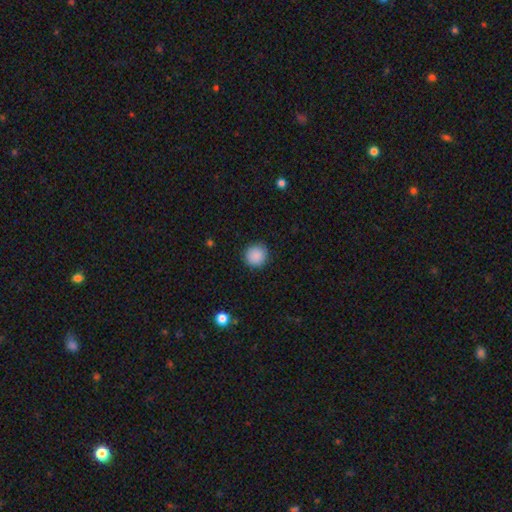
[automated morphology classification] This appears to be a smooth galaxy with no disk features (89%) that is round (95%). Merging: none (91%).